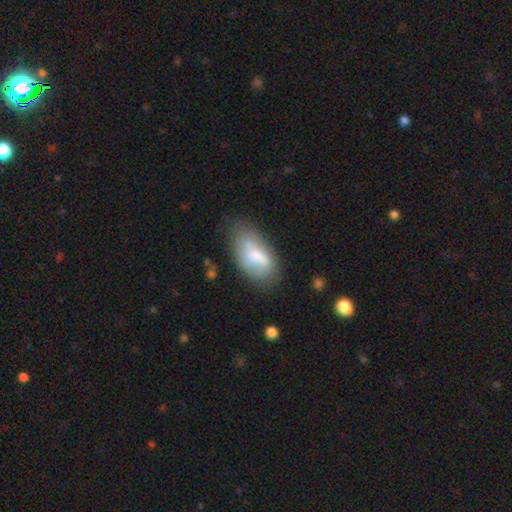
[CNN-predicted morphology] smooth_or_featured: smooth (p=0.60) [alt: featured or disk p=0.33]
how_rounded: in between (p=0.92) [alt: cigar-shaped p=0.05]
merging: none (p=0.53) [alt: minor disturbance p=0.29]